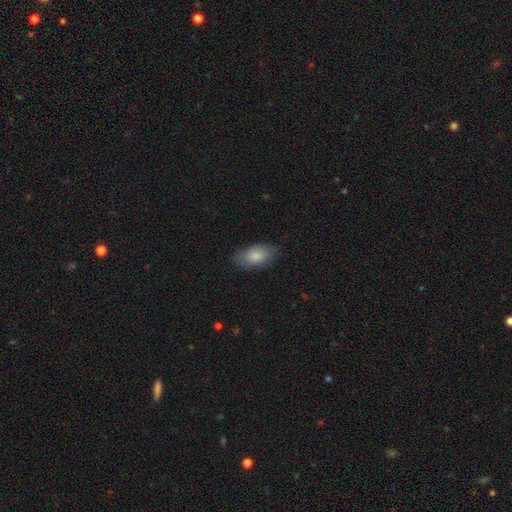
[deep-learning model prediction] Morphology: type=smooth (83%); roundness=in between (93%); merging=none (77%).